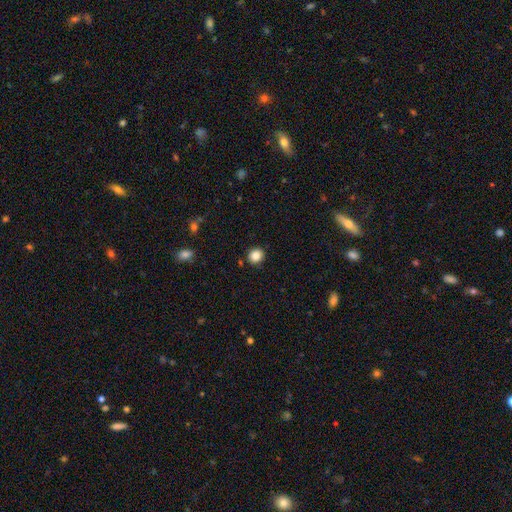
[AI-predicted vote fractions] This appears to be a smooth galaxy with no disk features (86%) that is round (86%). Merging: none (89%).